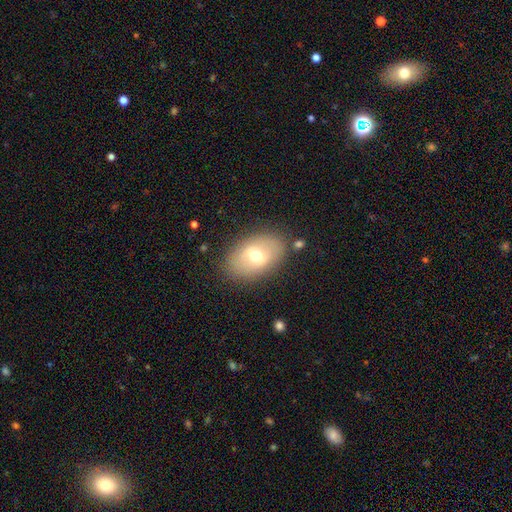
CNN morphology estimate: smooth-or-featured: smooth: 56% | featured or disk: 36% | star or artifact: 8%
  how-rounded: in between: 85% | round: 13% | cigar-shaped: 1%
  merging: none: 83% | minor disturbance: 11% | major disturbance: 4% | merger: 2%